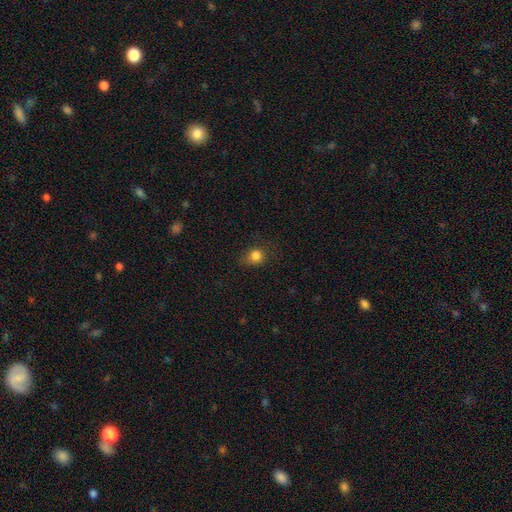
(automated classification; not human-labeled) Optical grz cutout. It shows a smooth galaxy with no disk features (81%) that is round (78%). Merging: none (74%).